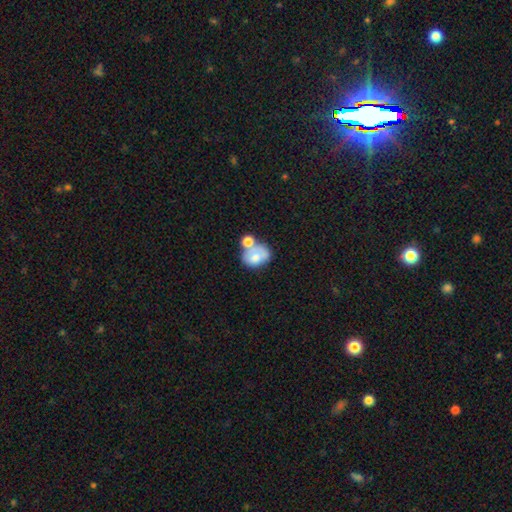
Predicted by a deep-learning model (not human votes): Morphology: type=smooth (63%); roundness=in between (60%); merging=merger (40%).